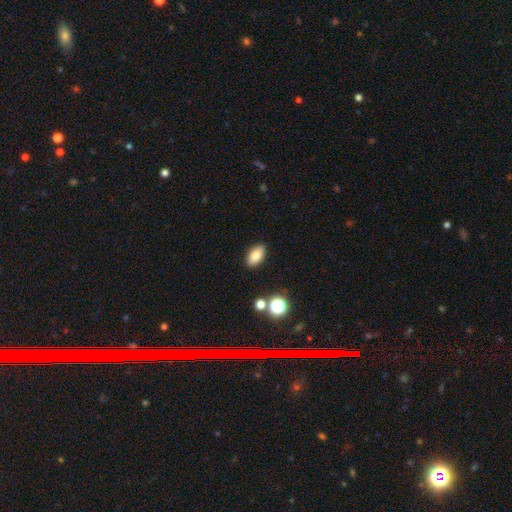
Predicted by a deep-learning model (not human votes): Smooth or featured?
  - smooth: 83% *
  - star or artifact: 9%
  - featured or disk: 7%
How rounded?
  - in between: 91% *
  - round: 6%
  - cigar-shaped: 3%
Merging?
  - none: 88% *
  - minor disturbance: 8%
  - major disturbance: 2%
  - merger: 2%